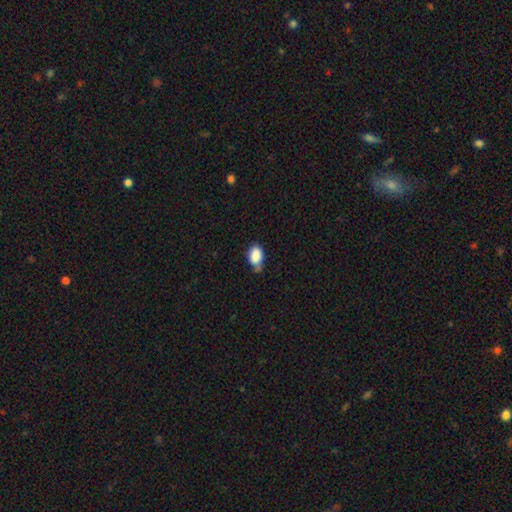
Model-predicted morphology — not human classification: Q: Smooth or featured?
A: smooth (87%); runner-up: star or artifact (8%)
Q: How rounded?
A: in between (84%); runner-up: round (14%)
Q: Merging?
A: none (49%); runner-up: minor disturbance (36%)